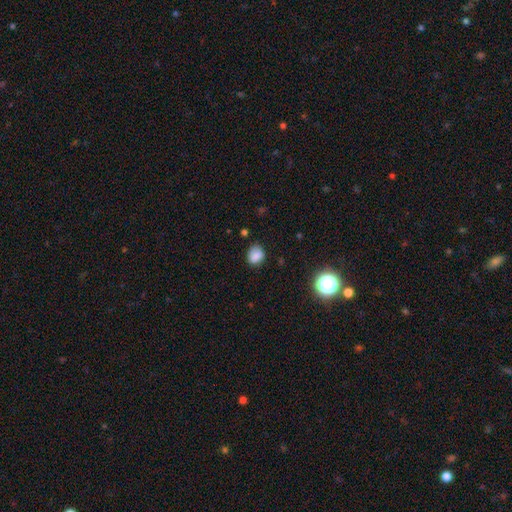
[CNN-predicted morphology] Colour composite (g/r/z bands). It shows a smooth galaxy with no disk features (82%) that is round (52%). Merging: none (71%).